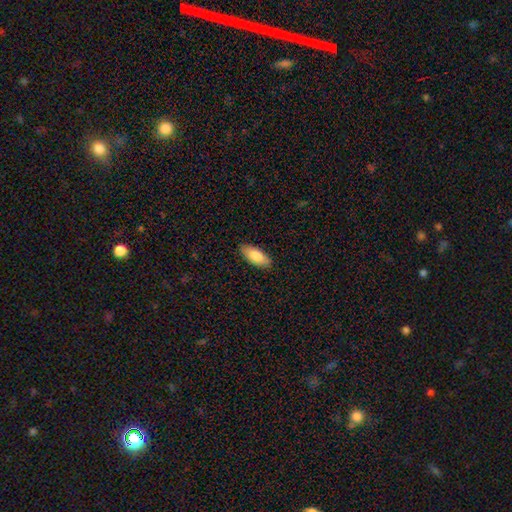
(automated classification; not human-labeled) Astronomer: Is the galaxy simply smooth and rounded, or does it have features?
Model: smooth — 81%.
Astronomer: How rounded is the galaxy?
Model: in between — 84%.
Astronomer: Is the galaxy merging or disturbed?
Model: none — 89%.